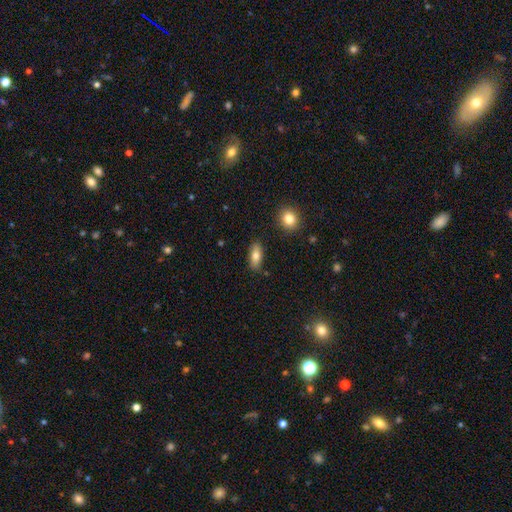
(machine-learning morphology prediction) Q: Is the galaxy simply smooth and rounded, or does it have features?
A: smooth — 78%.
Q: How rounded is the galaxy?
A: in between — 80%.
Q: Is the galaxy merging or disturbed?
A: none — 86%.